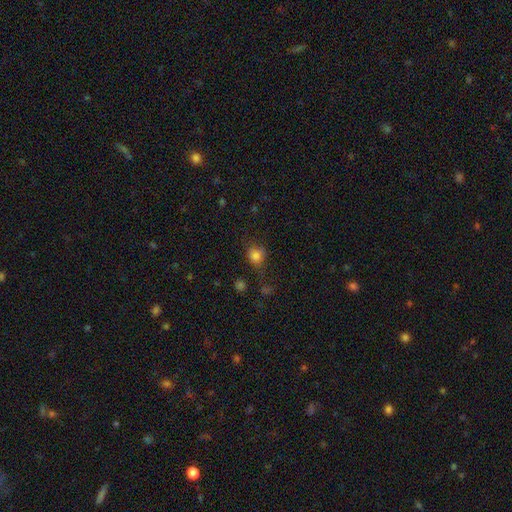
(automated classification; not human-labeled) smooth-or-featured: smooth: 80% | star or artifact: 13% | featured or disk: 7%
  how-rounded: round: 71% | in between: 28% | cigar-shaped: 1%
  merging: none: 61% | minor disturbance: 24% | major disturbance: 11% | merger: 4%